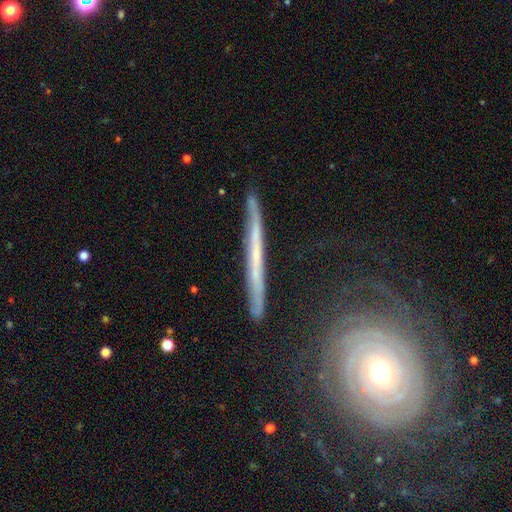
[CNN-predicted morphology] This is likely a featured or disk galaxy (69%). It is clearly viewed edge-on (87%). Edge-on bulge: likely none (78%). Merging: clearly none (81%).